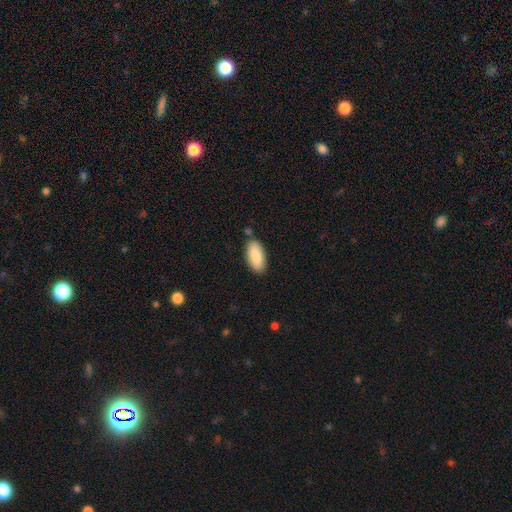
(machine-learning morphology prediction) Smooth or featured? Predicted: smooth (p=0.86). How rounded? Predicted: in between (p=0.89). Merging? Predicted: none (p=0.83).